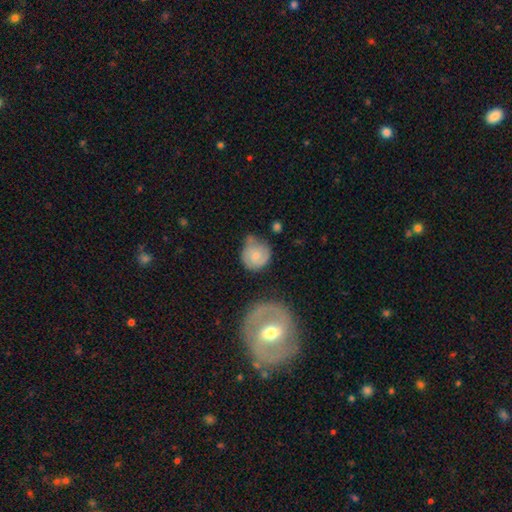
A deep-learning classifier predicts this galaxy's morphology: A smooth galaxy with no disk features (52%) that is round (81%). Merging: none (47%).